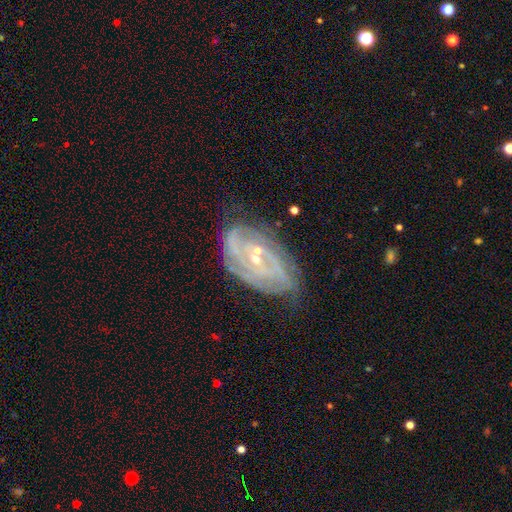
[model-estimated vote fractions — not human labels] featured or disk 82%, star or artifact 9%, smooth 9%. Down the decision tree: edge-on disk — no (95%); bar — no (50%); spiral arms — yes (92%); spiral arm count — can't tell (30%); spiral winding — tight (62%); bulge size — small (70%); merging — none (65%).